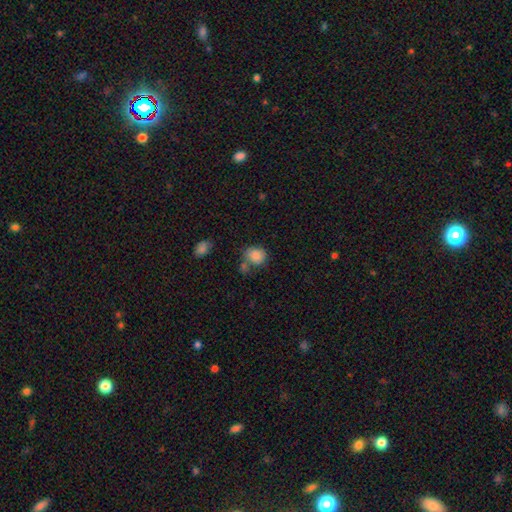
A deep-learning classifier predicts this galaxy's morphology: A smooth galaxy with no disk features (84%) that is round (64%).

Vote fractions:
- Smooth or featured? smooth: 84% / star or artifact: 9% / featured or disk: 7%
- How rounded? round: 64% / in between: 35% / cigar-shaped: 1%
- Merging? none: 52% / merger: 20% / minor disturbance: 19% / major disturbance: 8%